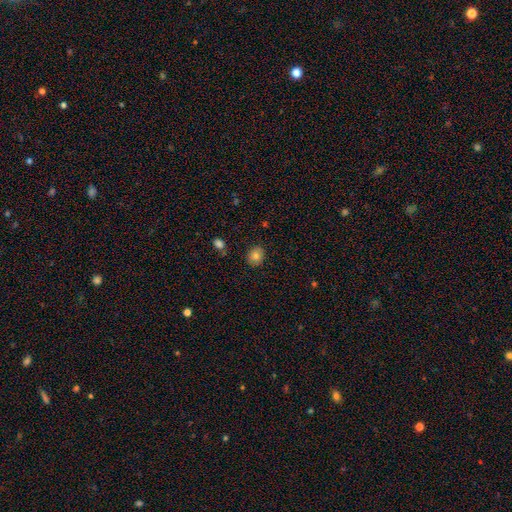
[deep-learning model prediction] This is clearly a smooth galaxy (81%). How rounded: likely round (66%). Merging: clearly none (86%).